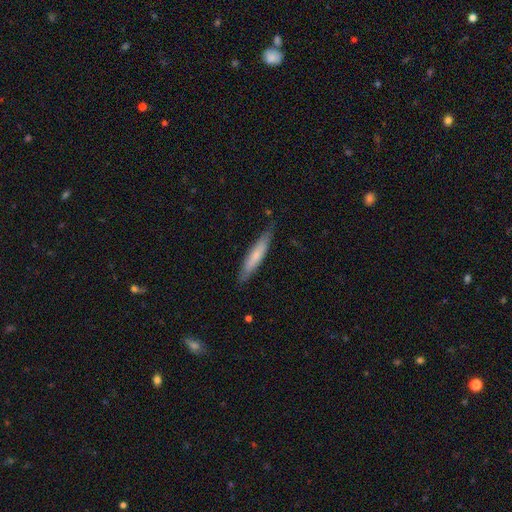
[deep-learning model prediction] smooth-or-featured: smooth: 62% | featured or disk: 33% | star or artifact: 5%
  how-rounded: cigar-shaped: 90% | in between: 9% | round: 1%
  merging: none: 80% | minor disturbance: 16% | major disturbance: 2% | merger: 1%